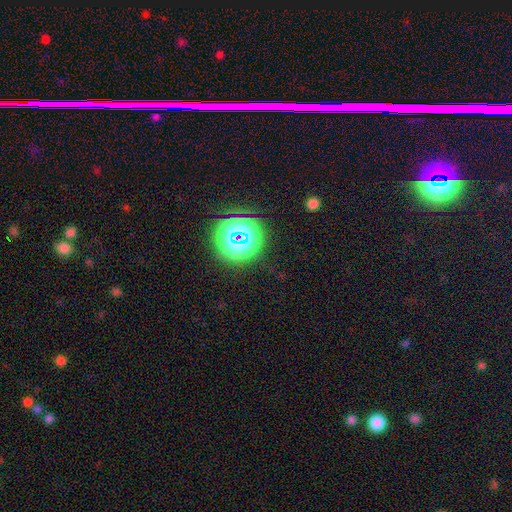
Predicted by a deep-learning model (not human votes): A star or artifact, not a galaxy (76%).